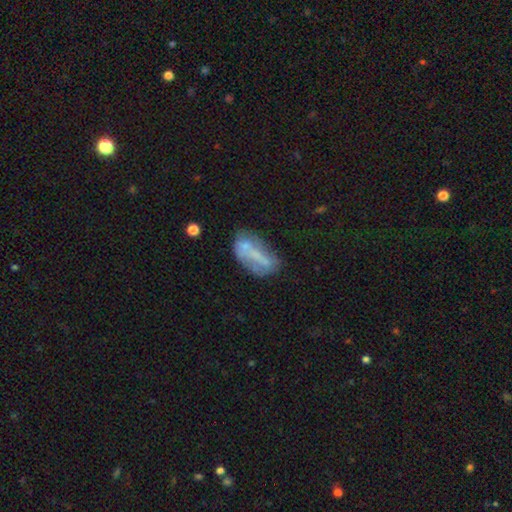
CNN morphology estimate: featured or disk 45% (tied), smooth 45% (tied), star or artifact 10%. Down the decision tree: merging — none (39%).